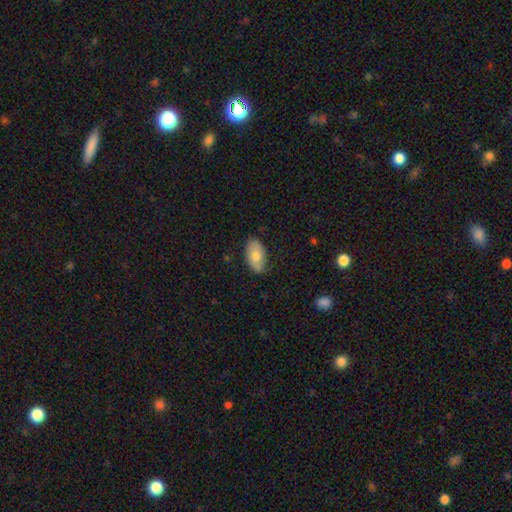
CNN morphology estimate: Overall: smooth (77%). How rounded: in between (94%). Merging: none (82%).